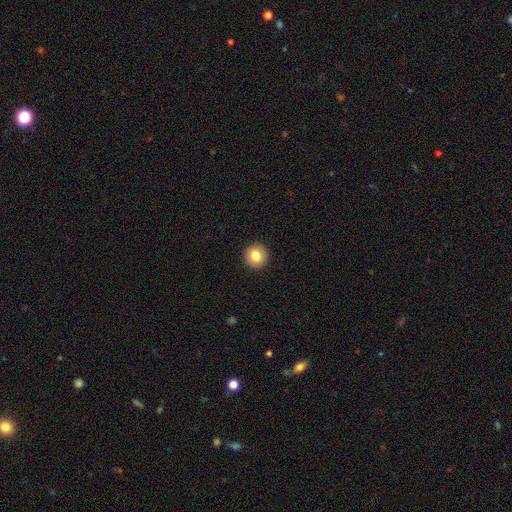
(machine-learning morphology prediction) The model was most divided on "smooth or featured": smooth: 82%, featured or disk: 9%, star or artifact: 9%. More confident: how rounded — round (94%); merging — none (93%).